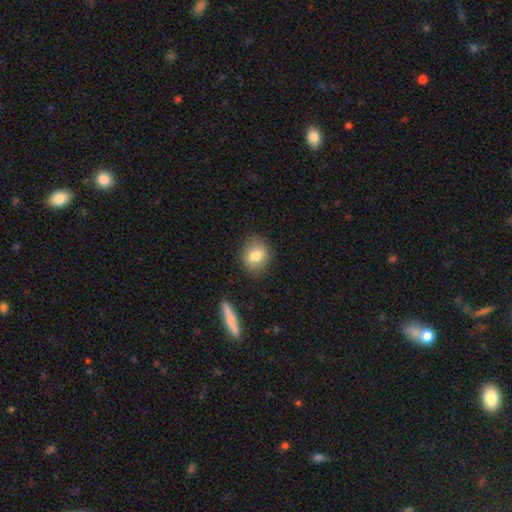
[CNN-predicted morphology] Smooth or featured? smooth (81%)
How rounded? round (69%)
Merging? none (85%)